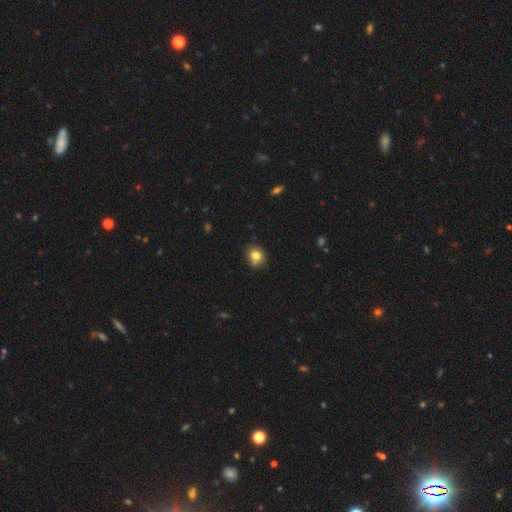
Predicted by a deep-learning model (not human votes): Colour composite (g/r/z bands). It shows a smooth galaxy with no disk features (80%) that is round (71%). Merging: none (72%).